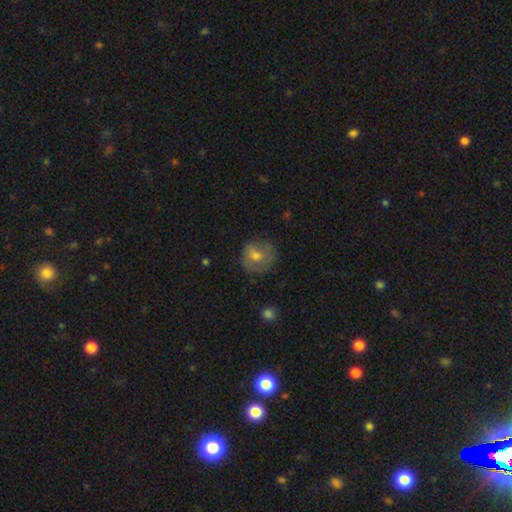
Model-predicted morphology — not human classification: This appears to be a smooth galaxy with no disk features (64%) that is round (82%). Merging: none (71%).